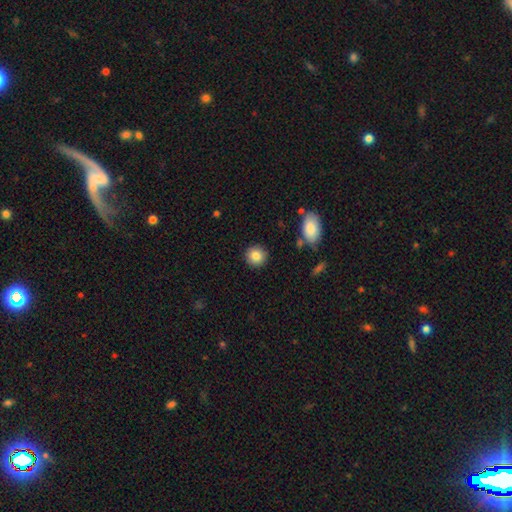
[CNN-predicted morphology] type=smooth (85%); roundness=round (92%); merging=none (90%).